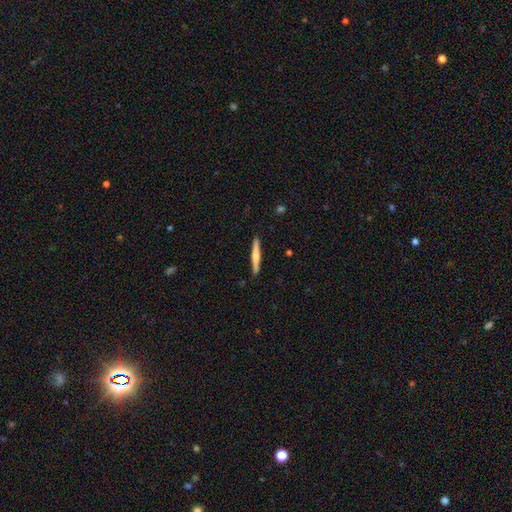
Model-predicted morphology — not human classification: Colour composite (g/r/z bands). It shows a smooth galaxy with no disk features (55%) that is cigar-shaped (95%). Merging: none (90%).